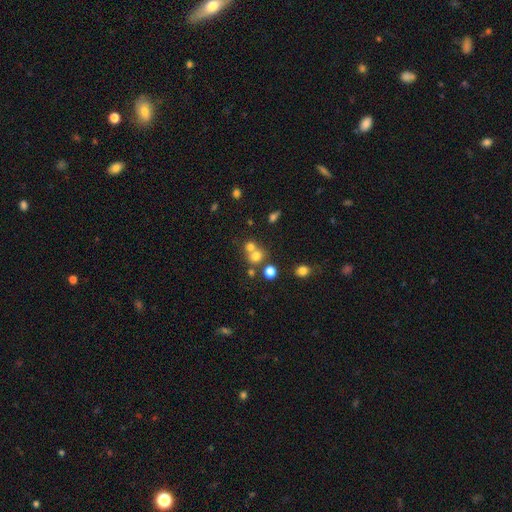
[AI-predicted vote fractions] Smooth or featured? smooth (70%)
How rounded? round (81%)
Merging? merger (46%)